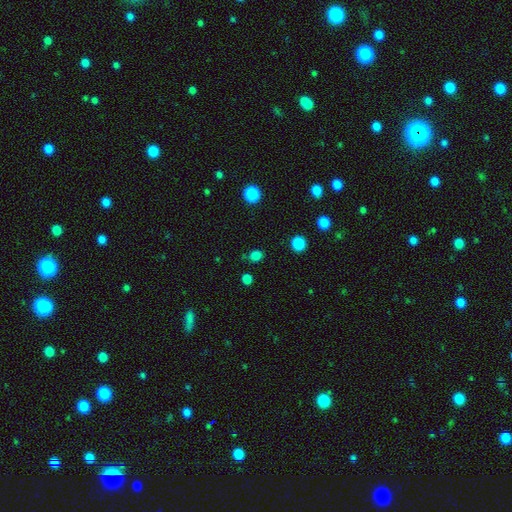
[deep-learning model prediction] The model was most divided on "how rounded": round: 66%, in between: 33%, cigar-shaped: 1%. More confident: merging — none (80%); smooth or featured — smooth (79%).